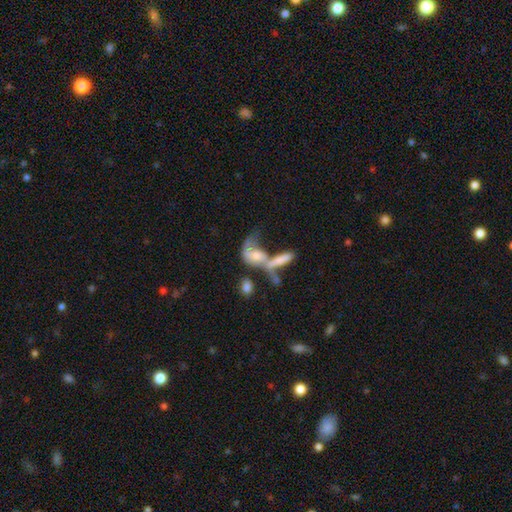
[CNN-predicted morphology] Overall: featured or disk (48%; smooth 42%). Merging: merger (57%; major disturbance 22%).